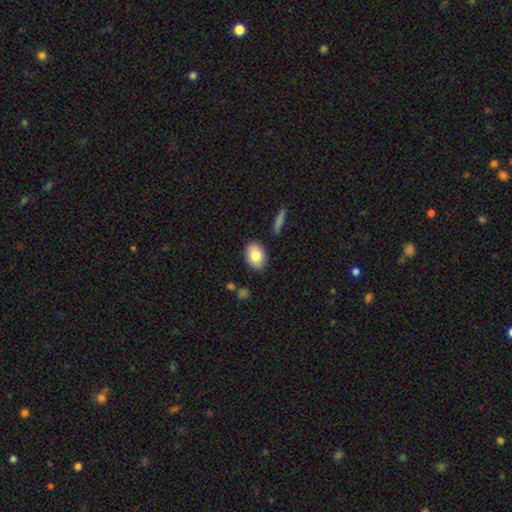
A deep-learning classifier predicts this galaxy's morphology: smooth 82%, featured or disk 11%, star or artifact 7%. Down the decision tree: how rounded — in between (74%); merging — none (86%).